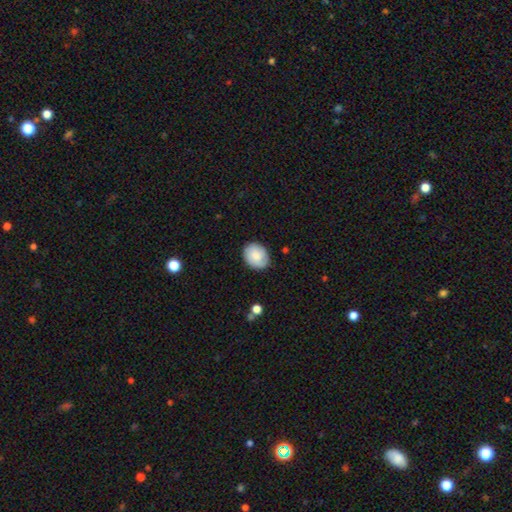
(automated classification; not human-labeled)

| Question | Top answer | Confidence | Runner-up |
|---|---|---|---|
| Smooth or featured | smooth | 75% | featured or disk (18%) |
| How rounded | round | 53% | in between (47%) |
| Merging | none | 82% | minor disturbance (14%) |